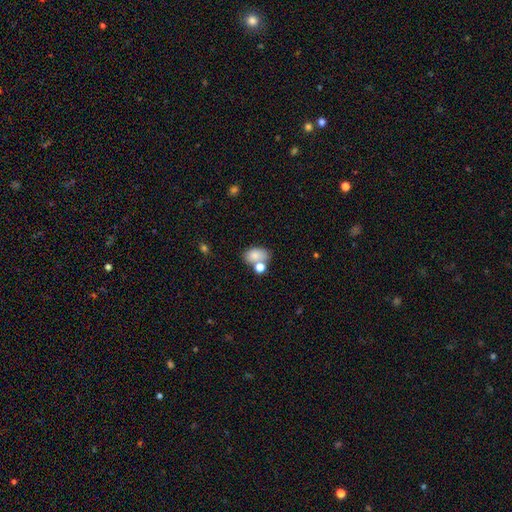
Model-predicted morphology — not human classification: Smooth or featured: smooth — 80% (featured or disk — 11%)
How rounded: in between — 82% (round — 17%)
Merging: none — 49% (merger — 30%)